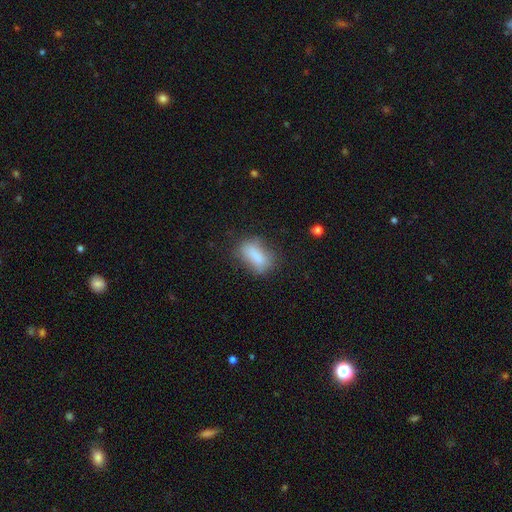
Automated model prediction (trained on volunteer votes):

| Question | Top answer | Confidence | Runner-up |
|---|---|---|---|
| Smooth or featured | smooth | 78% | featured or disk (13%) |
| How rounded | in between | 81% | cigar-shaped (12%) |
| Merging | none | 59% | minor disturbance (26%) |